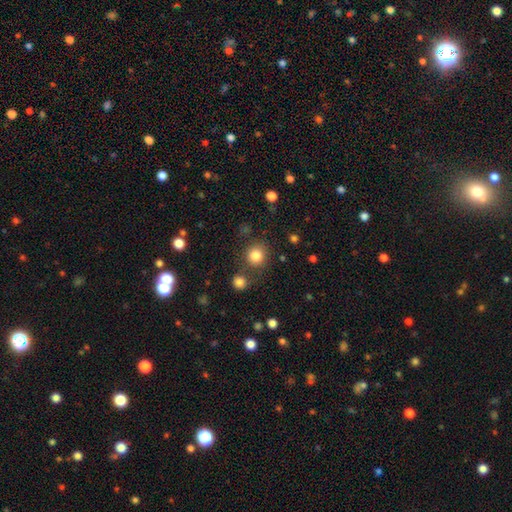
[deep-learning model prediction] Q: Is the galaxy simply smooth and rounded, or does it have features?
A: smooth — 83%.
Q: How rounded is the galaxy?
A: round — 88%.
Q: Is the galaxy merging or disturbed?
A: none — 76%.